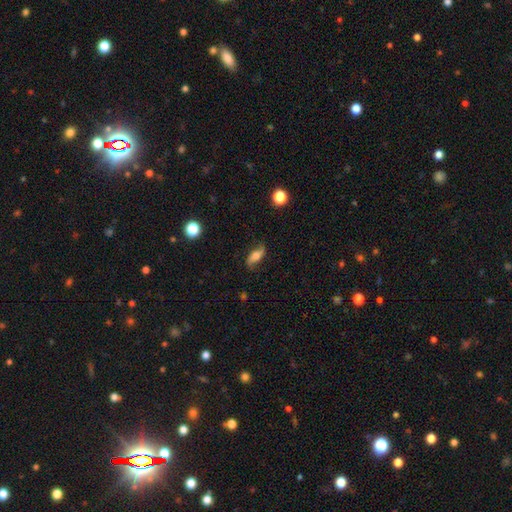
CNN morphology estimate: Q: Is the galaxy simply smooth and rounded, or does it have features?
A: featured or disk — 61%.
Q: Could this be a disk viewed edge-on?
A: no — 85%.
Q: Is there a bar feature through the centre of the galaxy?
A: no — 57%.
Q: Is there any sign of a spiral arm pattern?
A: yes — 91%.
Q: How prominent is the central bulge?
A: moderate — 45%.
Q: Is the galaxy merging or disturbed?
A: none — 77%.